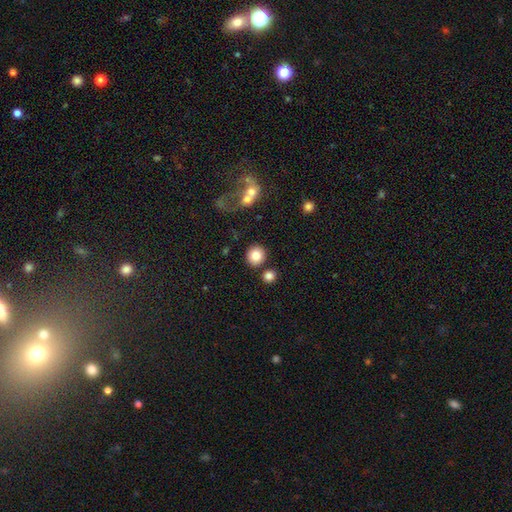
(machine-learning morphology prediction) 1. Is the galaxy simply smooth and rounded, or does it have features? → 83% smooth, 9% star or artifact, 8% featured or disk.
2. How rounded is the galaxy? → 90% round, 9% in between, 1% cigar-shaped.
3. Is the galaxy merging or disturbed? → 83% none, 8% merger, 7% minor disturbance, 3% major disturbance.